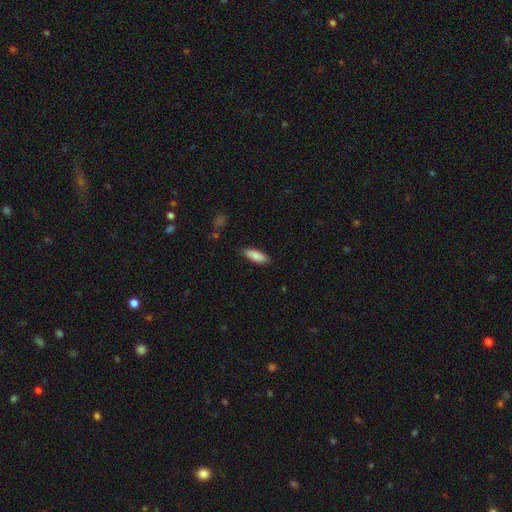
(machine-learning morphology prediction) type=smooth (86%); roundness=in between (67%); merging=none (85%).